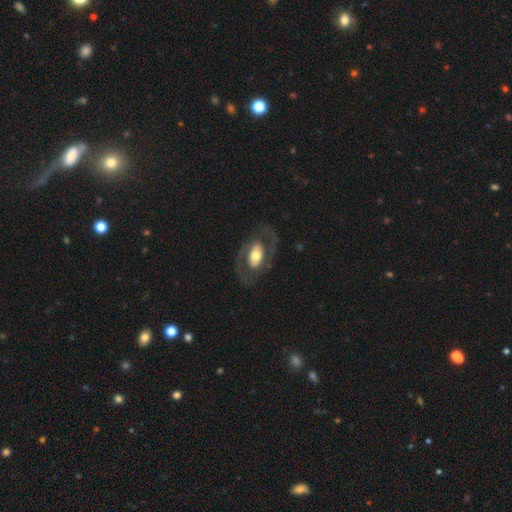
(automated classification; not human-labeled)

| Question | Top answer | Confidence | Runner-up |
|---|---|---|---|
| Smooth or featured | featured or disk | 71% | smooth (24%) |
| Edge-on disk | no | 94% | yes (6%) |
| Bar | no | 56% | weak (26%) |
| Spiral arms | yes | 65% | no (35%) |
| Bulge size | moderate | 59% | large (27%) |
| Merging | none | 75% | minor disturbance (13%) |